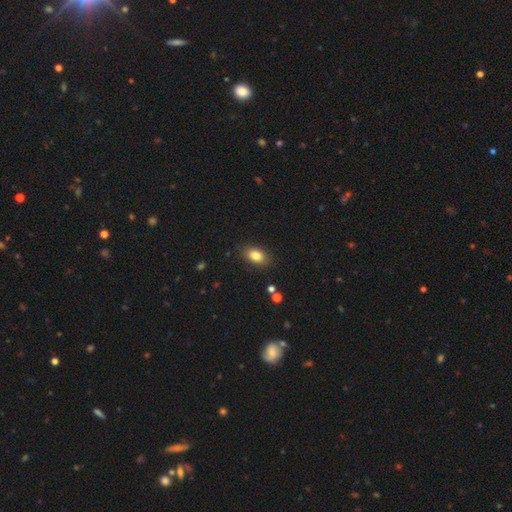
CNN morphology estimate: A smooth galaxy with no disk features (83%) that is in between round and cigar-shaped (87%). Merging: none (86%).